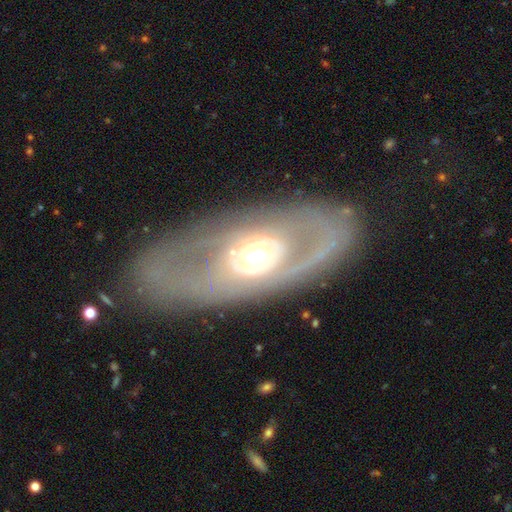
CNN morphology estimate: A featured or disk galaxy (76%) with no bar (74%), no spiral arms (57%) and a moderate central bulge (62%).

Vote fractions:
- Smooth or featured? featured or disk: 76% / smooth: 18% / star or artifact: 6%
- Edge-on disk? no: 86% / yes: 14%
- Bar? no: 74% / weak: 18% / strong: 8%
- Spiral arms? no: 57% / yes: 43%
- Bulge size? moderate: 62% / large: 20% / small: 14% / dominant: 2% / none: 1%
- Merging? none: 80% / minor disturbance: 11% / major disturbance: 7% / merger: 2%